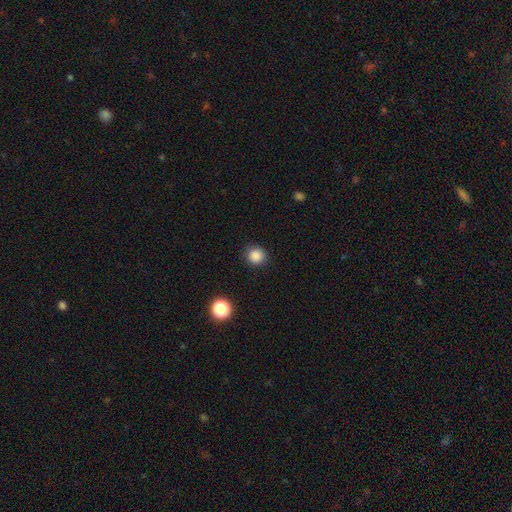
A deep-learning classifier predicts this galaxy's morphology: This appears to be a smooth galaxy with no disk features (86%) that is round (92%). Merging: none (88%).